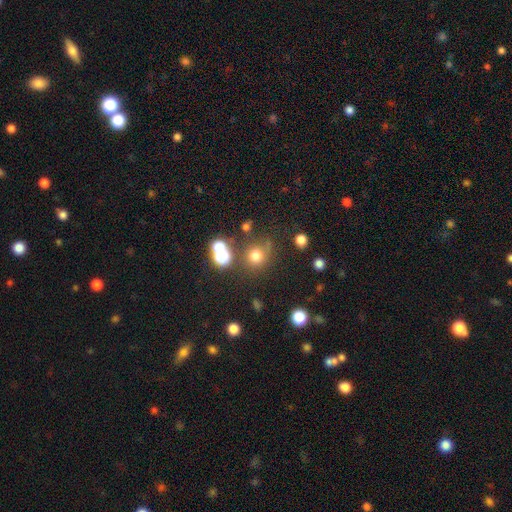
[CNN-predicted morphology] This appears to be a smooth galaxy with no disk features (71%) that is round (87%). Merging: none (69%).